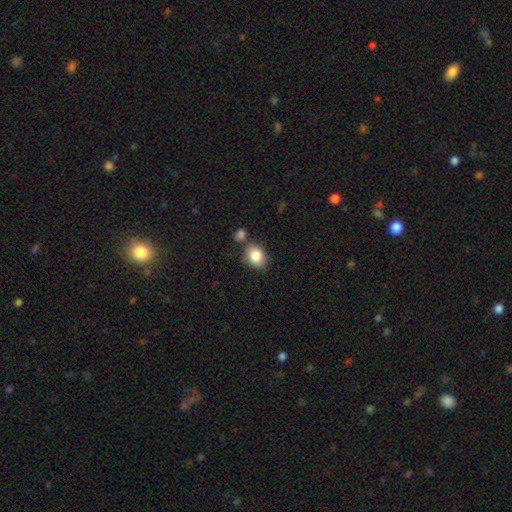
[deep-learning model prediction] A smooth galaxy with no disk features (84%) that is in between round and cigar-shaped (65%). Merging: none (62%).